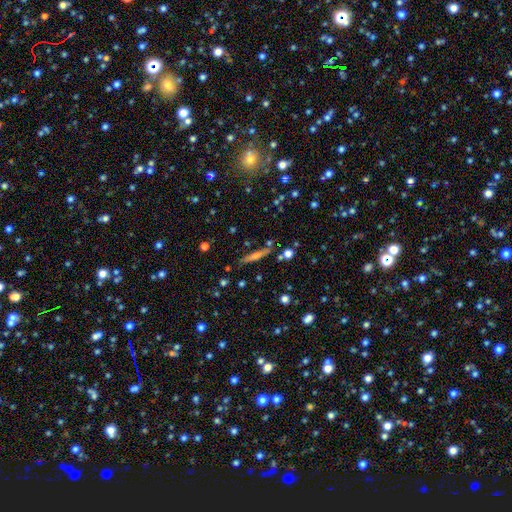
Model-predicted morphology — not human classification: Q: Smooth or featured?
A: featured or disk (44%); runner-up: smooth (42%)
Q: Merging?
A: none (78%); runner-up: minor disturbance (13%)